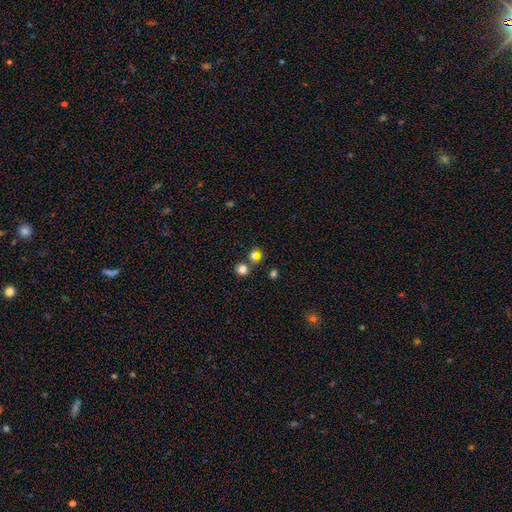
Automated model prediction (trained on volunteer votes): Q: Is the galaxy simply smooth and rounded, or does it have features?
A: smooth — 76%.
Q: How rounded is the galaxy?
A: round — 80%.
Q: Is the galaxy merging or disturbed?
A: none — 64%.